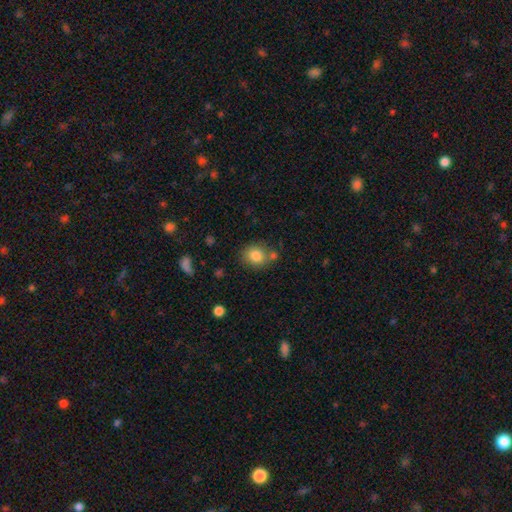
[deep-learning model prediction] Smooth or featured? smooth (82%)
How rounded? round (74%)
Merging? none (71%)